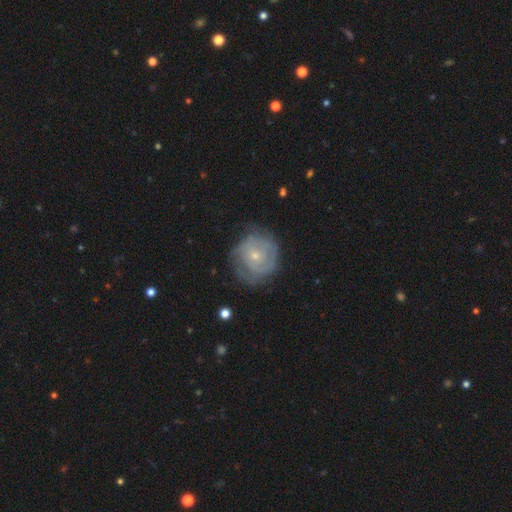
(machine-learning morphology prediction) A featured or disk galaxy (69%) with no bar (79%), tight (66%) spiral arms (81%) and a small central bulge (72%).

Vote fractions:
- Smooth or featured? featured or disk: 69% / smooth: 24% / star or artifact: 7%
- Edge-on disk? no: 97% / yes: 3%
- Bar? no: 79% / weak: 18% / strong: 3%
- Spiral arms? yes: 81% / no: 19%
- Spiral winding? tight: 66% / medium: 25% / loose: 9%
- Spiral arm count? can't tell: 47% / 2: 25% / 3: 14% / 4: 6% / 1: 5% / more than 4: 4%
- Bulge size? small: 72% / moderate: 25% / none: 1% / large: 1% / dominant: 1%
- Merging? none: 67% / minor disturbance: 22% / major disturbance: 10% / merger: 1%